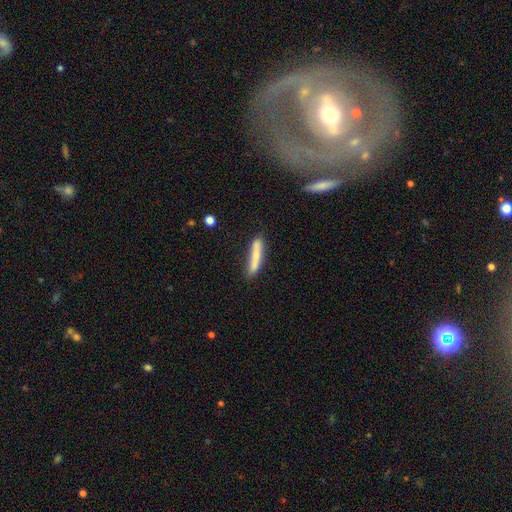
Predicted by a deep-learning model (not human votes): Smooth or featured? Predicted: smooth (p=0.70). How rounded? Predicted: cigar-shaped (p=0.91). Merging? Predicted: none (p=0.74).